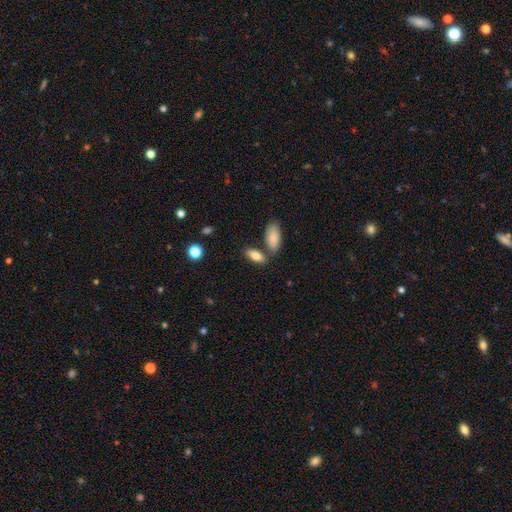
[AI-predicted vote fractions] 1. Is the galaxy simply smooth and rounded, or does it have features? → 80% smooth, 13% featured or disk, 7% star or artifact.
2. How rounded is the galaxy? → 79% in between, 18% cigar-shaped, 3% round.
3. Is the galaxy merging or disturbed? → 63% none, 23% merger, 11% minor disturbance, 3% major disturbance.